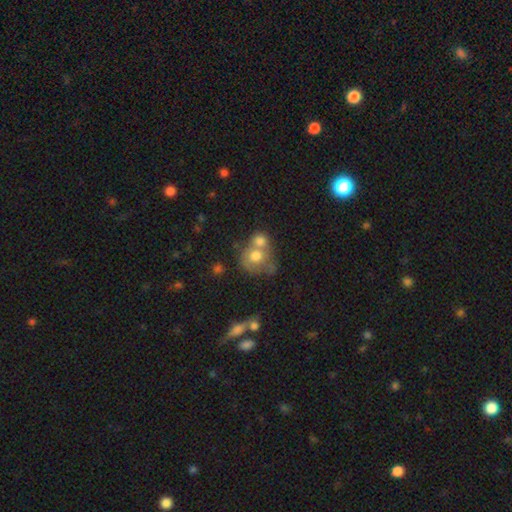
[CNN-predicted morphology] The model was most divided on "merging": merger: 62%, none: 23%, minor disturbance: 9%, major disturbance: 6%. More confident: how rounded — round (73%); smooth or featured — smooth (68%).